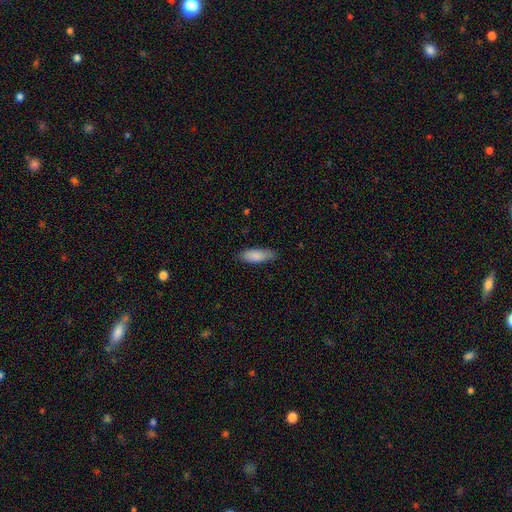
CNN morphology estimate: Smooth or featured?
  - smooth: 87% *
  - featured or disk: 8%
  - star or artifact: 6%
How rounded?
  - in between: 64% *
  - cigar-shaped: 34%
  - round: 2%
Merging?
  - none: 83% *
  - minor disturbance: 14%
  - major disturbance: 2%
  - merger: 1%